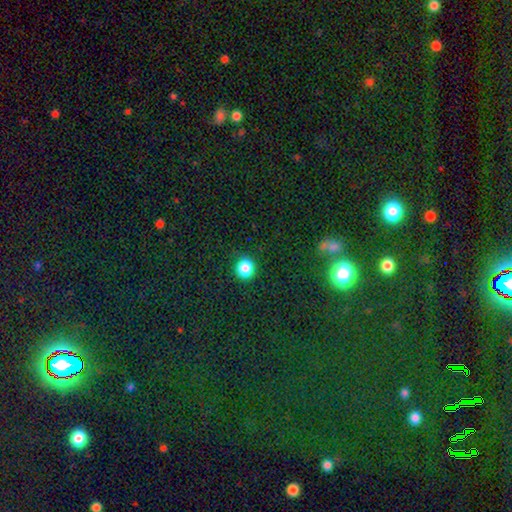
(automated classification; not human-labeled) Q: Smooth or featured?
A: star or artifact (64%); runner-up: smooth (28%)